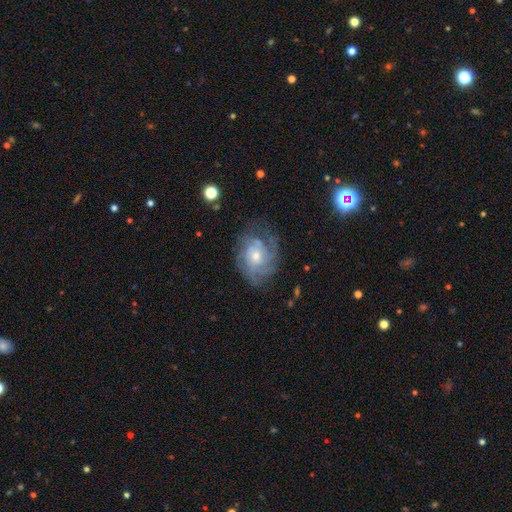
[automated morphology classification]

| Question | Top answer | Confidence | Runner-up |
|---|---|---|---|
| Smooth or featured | featured or disk | 78% | smooth (14%) |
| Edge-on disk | no | 97% | yes (3%) |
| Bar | no | 76% | weak (21%) |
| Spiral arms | yes | 92% | no (8%) |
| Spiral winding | tight | 57% | medium (32%) |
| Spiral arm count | can't tell | 43% | 3 (18%) |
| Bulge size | small | 48% | moderate (47%) |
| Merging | none | 67% | minor disturbance (20%) |